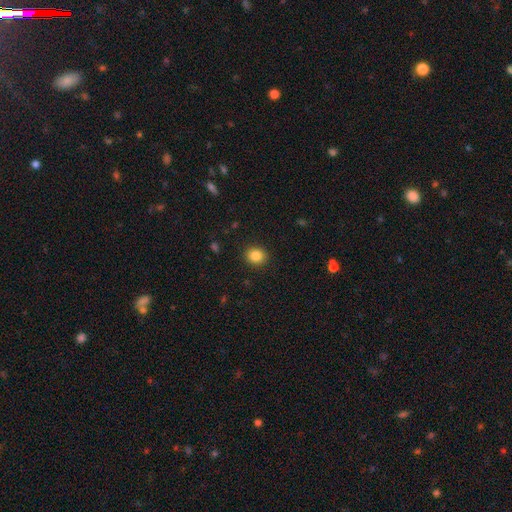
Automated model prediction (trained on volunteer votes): Smooth or featured? smooth (84%)
How rounded? round (75%)
Merging? none (90%)